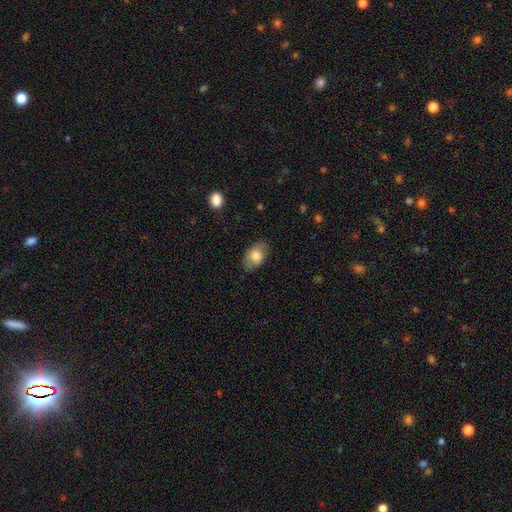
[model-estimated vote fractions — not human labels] A smooth galaxy with no disk features (78%) that is in between round and cigar-shaped (89%).

Vote fractions:
- Smooth or featured? smooth: 78% / featured or disk: 15% / star or artifact: 7%
- How rounded? in between: 89% / round: 9% / cigar-shaped: 1%
- Merging? none: 80% / minor disturbance: 15% / major disturbance: 4% / merger: 1%